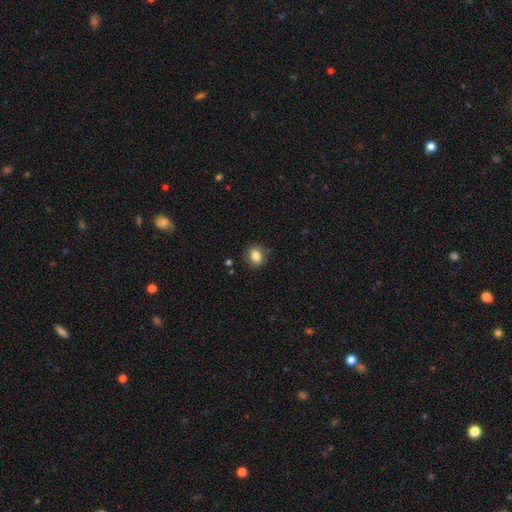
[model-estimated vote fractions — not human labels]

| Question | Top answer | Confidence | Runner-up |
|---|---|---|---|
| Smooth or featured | smooth | 81% | featured or disk (10%) |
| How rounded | in between | 64% | round (35%) |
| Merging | none | 78% | minor disturbance (16%) |